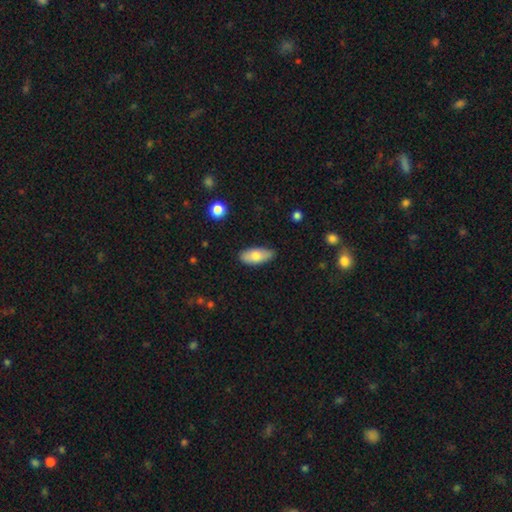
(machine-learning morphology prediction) Smooth or featured?
  - smooth: 73% *
  - featured or disk: 21%
  - star or artifact: 6%
How rounded?
  - in between: 88% *
  - cigar-shaped: 10%
  - round: 3%
Merging?
  - none: 80% *
  - minor disturbance: 16%
  - major disturbance: 3%
  - merger: 1%